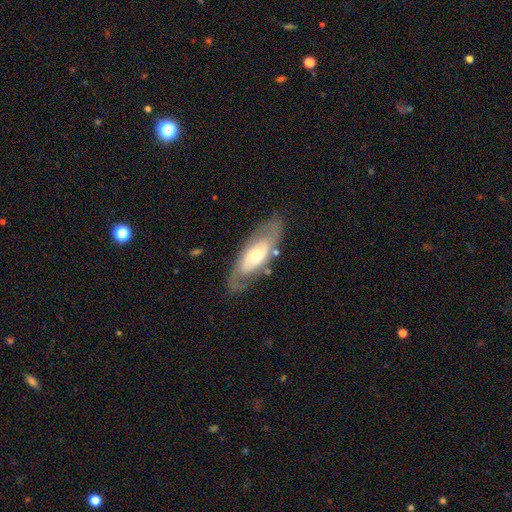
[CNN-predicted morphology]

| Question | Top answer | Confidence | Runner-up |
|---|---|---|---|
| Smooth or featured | featured or disk | 65% | smooth (30%) |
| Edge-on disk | no | 83% | yes (17%) |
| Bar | no | 72% | weak (20%) |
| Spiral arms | yes | 55% | no (45%) |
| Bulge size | moderate | 56% | small (32%) |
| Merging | none | 77% | minor disturbance (15%) |